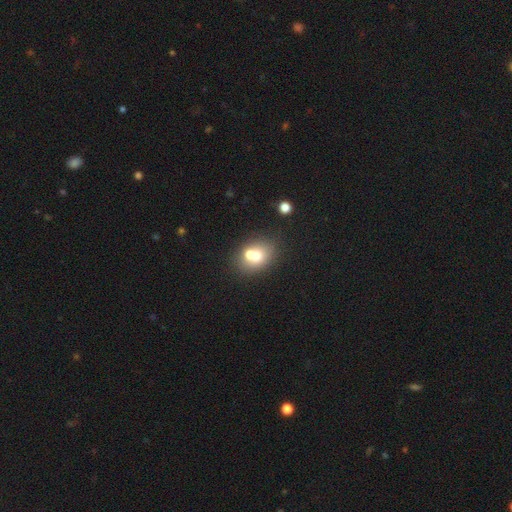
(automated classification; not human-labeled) This is likely a smooth galaxy (67%). How rounded: possibly in between (53%). Merging: marginally merger (45%).